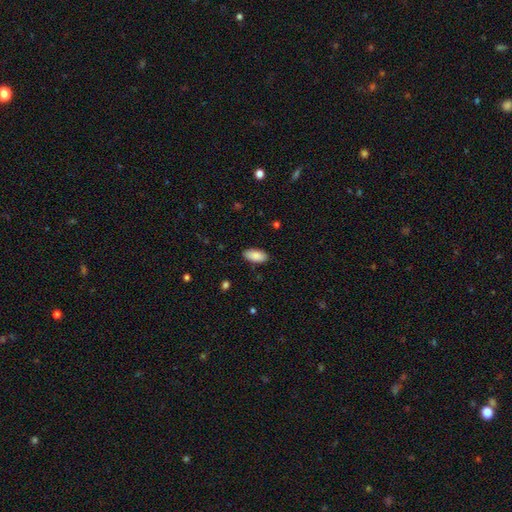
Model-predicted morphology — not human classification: type=smooth (89%); roundness=in between (92%); merging=none (87%).